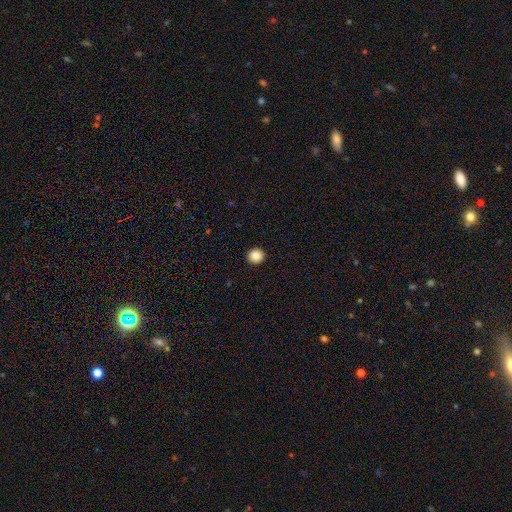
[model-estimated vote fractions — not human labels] A smooth galaxy with no disk features (86%) that is round (94%). Merging: none (94%).